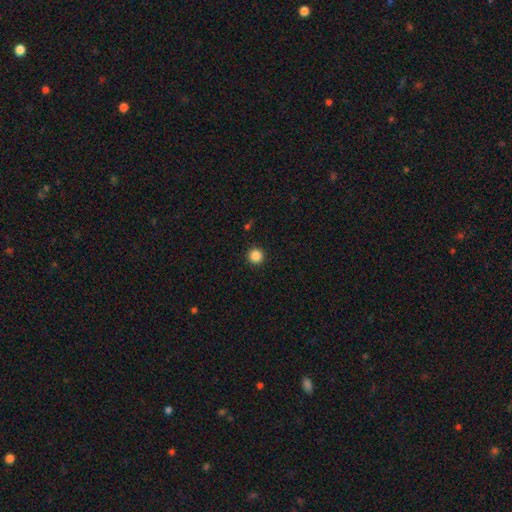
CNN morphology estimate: This appears to be a smooth galaxy with no disk features (86%) that is round (96%). Merging: none (93%).